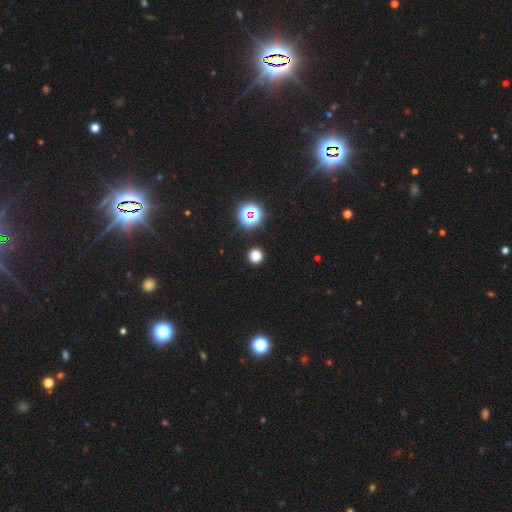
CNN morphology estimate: Smooth or featured? Predicted: smooth (p=0.77). How rounded? Predicted: round (p=0.91). Merging? Predicted: none (p=0.92).